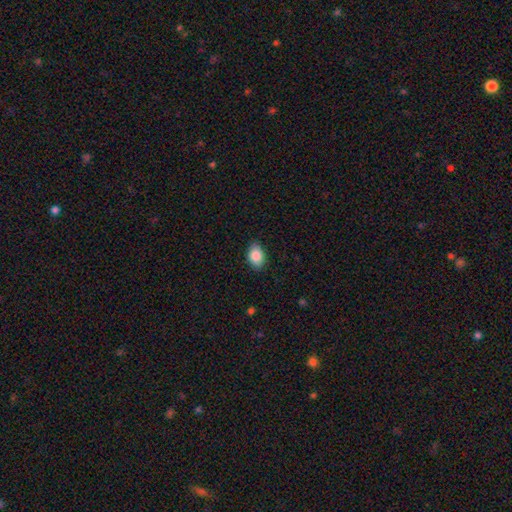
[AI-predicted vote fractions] A smooth galaxy with no disk features (86%) that is in between round and cigar-shaped (82%).

Vote fractions:
- Smooth or featured? smooth: 86% / star or artifact: 8% / featured or disk: 6%
- How rounded? in between: 82% / round: 17% / cigar-shaped: 1%
- Merging? none: 85% / minor disturbance: 11% / major disturbance: 2% / merger: 1%